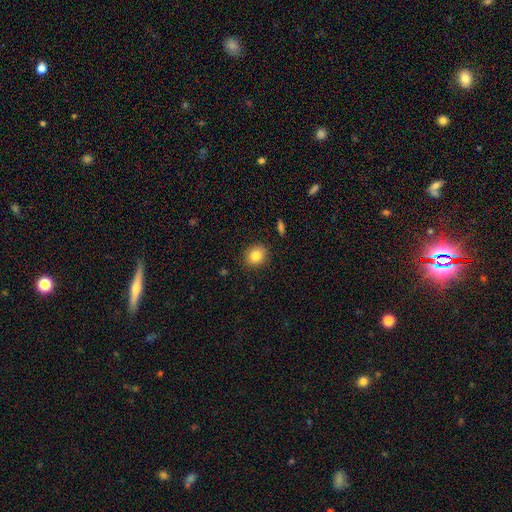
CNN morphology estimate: Smooth or featured?
  - smooth: 85% *
  - star or artifact: 9%
  - featured or disk: 6%
How rounded?
  - round: 70% *
  - in between: 29%
  - cigar-shaped: 1%
Merging?
  - none: 88% *
  - minor disturbance: 8%
  - major disturbance: 2%
  - merger: 1%